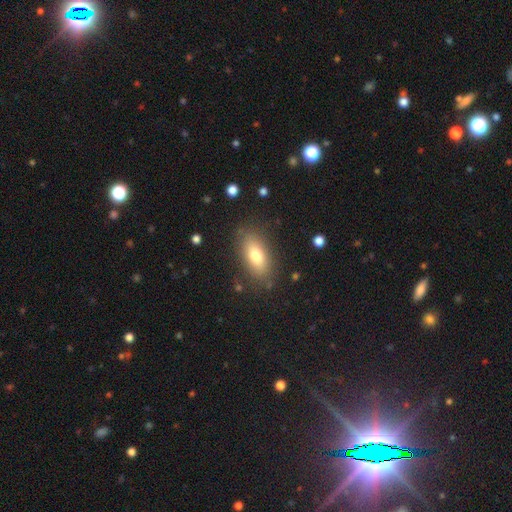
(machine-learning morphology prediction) smooth_or_featured: smooth (p=0.74) [alt: featured or disk p=0.17]
how_rounded: in between (p=0.83) [alt: cigar-shaped p=0.11]
merging: none (p=0.82) [alt: minor disturbance p=0.12]